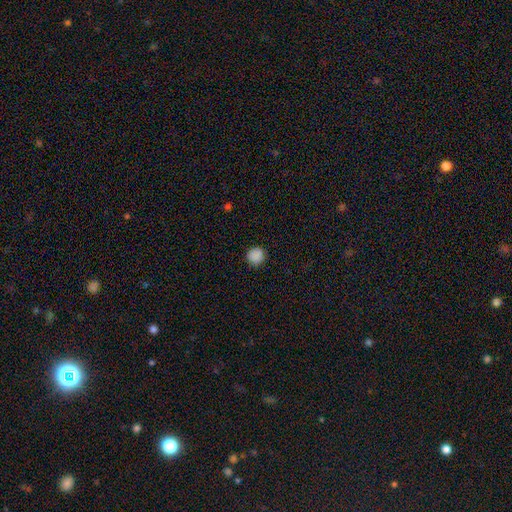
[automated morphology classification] type=smooth (88%); roundness=round (93%); merging=none (91%).